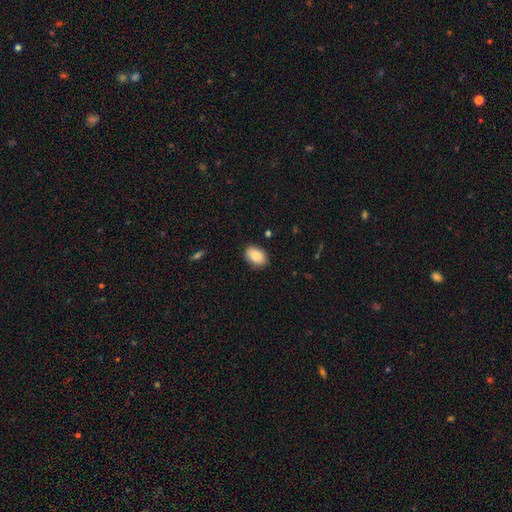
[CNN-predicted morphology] smooth_or_featured: smooth (p=0.88) [alt: star or artifact p=0.07]
how_rounded: in between (p=0.88) [alt: round p=0.11]
merging: none (p=0.86) [alt: minor disturbance p=0.11]